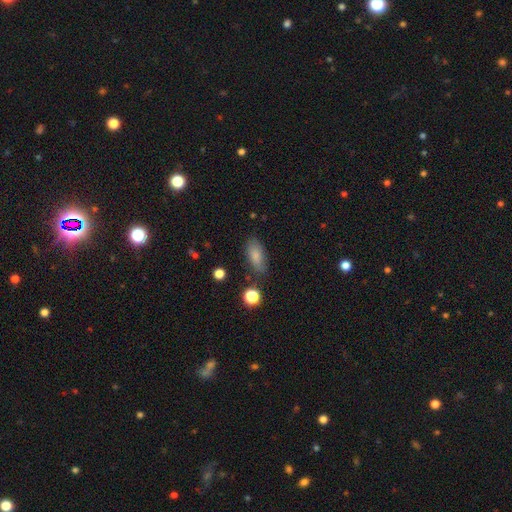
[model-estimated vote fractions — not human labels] smooth-or-featured: smooth: 80% | featured or disk: 11% | star or artifact: 9%
  how-rounded: in between: 85% | cigar-shaped: 10% | round: 4%
  merging: none: 75% | minor disturbance: 18% | major disturbance: 5% | merger: 3%